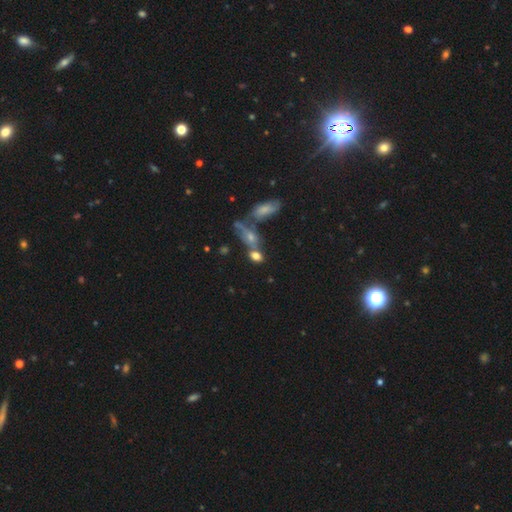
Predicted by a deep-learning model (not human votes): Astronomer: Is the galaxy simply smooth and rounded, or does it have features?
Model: smooth — 69%.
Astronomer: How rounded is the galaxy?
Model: in between — 72%.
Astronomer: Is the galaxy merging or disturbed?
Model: merger — 41% (runner-up: none, 39%).